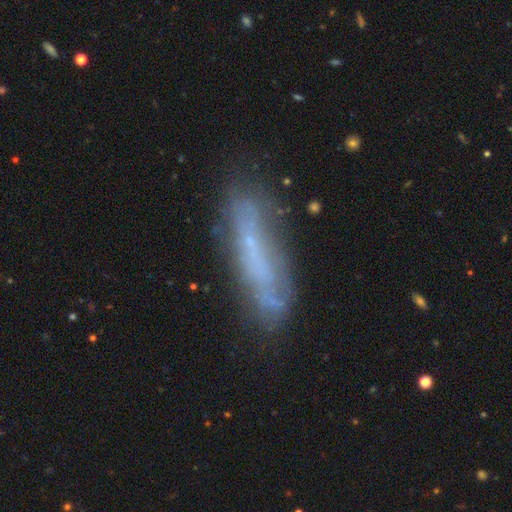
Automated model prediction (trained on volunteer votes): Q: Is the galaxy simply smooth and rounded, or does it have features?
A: featured or disk — 51%.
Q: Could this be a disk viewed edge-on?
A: no — 57%.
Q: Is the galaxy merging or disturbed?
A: none — 70%.